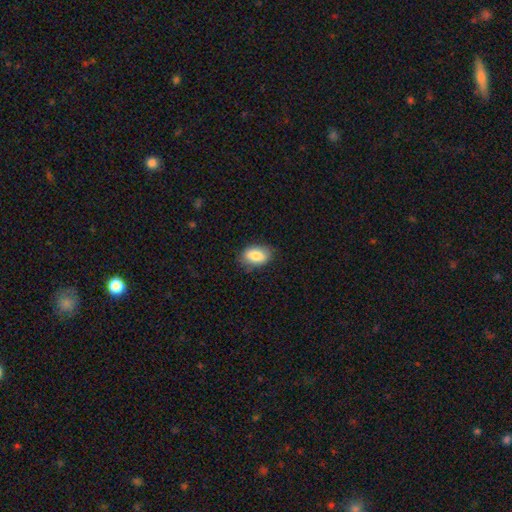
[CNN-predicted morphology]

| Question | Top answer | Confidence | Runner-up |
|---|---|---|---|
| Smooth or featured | smooth | 83% | featured or disk (10%) |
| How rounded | in between | 90% | round (7%) |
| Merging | none | 77% | minor disturbance (18%) |